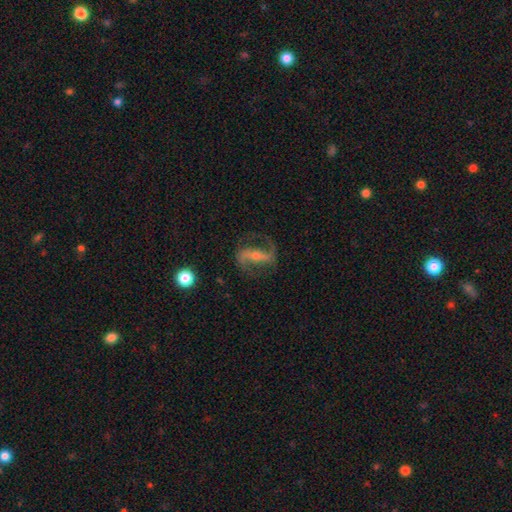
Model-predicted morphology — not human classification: Overall: featured or disk (87%). Edge-on disk: no (94%). Bar: strong (61%; weak 25%). Spiral arms: yes (95%). Spiral arm count: 2 (92%). Spiral winding: medium (45%; loose 43%). Bulge size: small (60%; moderate 33%). Merging: none (76%).